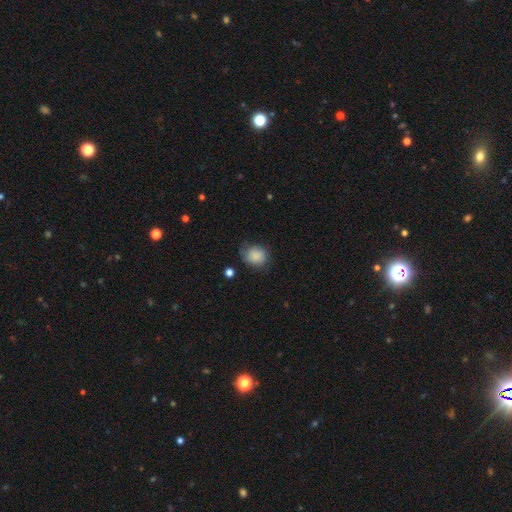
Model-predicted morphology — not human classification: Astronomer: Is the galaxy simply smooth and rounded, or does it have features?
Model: smooth — 81%.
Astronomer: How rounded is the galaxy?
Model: round — 70%.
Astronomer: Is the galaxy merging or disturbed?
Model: none — 59%.